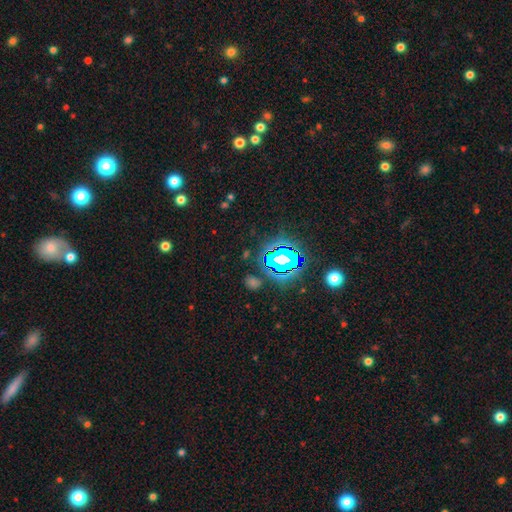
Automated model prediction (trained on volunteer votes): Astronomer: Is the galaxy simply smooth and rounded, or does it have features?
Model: star or artifact — 79%.